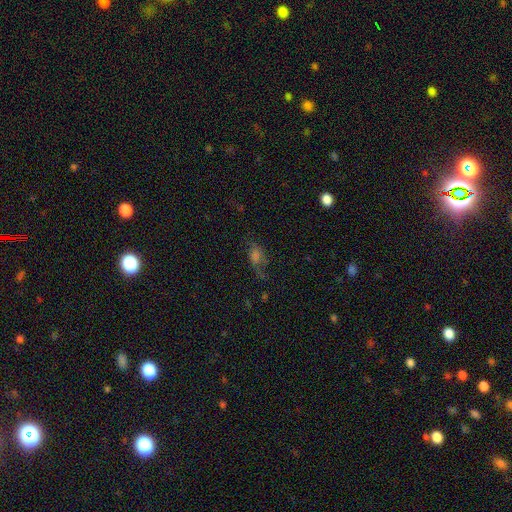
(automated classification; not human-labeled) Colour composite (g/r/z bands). It shows a smooth galaxy with no disk features (42%). Merging: none (48%).